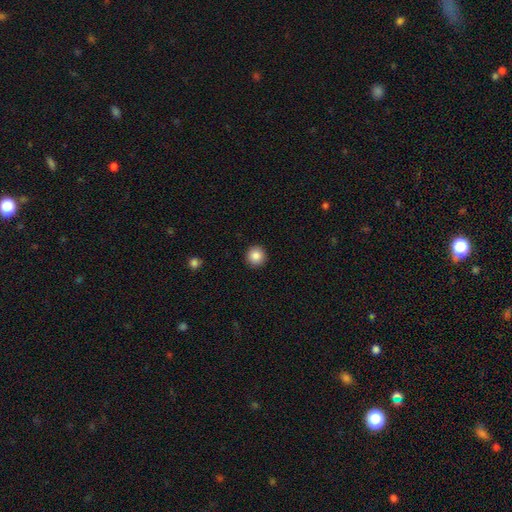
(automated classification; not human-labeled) Smooth or featured? Predicted: smooth (p=0.87). How rounded? Predicted: round (p=0.94). Merging? Predicted: none (p=0.93).